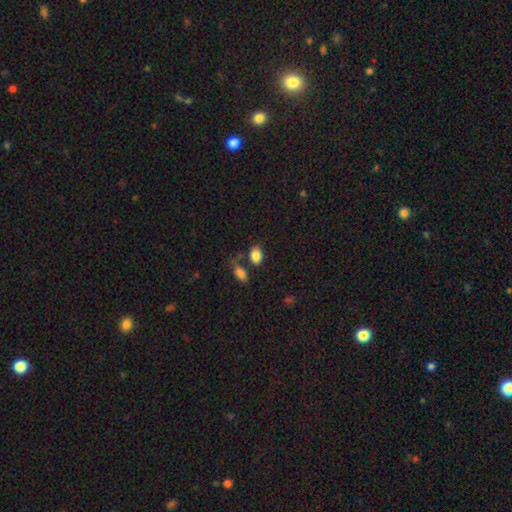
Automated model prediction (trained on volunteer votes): Overall: smooth (86%). How rounded: in between (80%). Merging: none (67%).